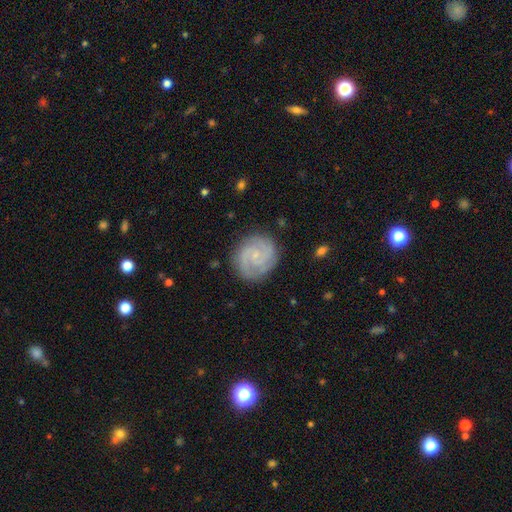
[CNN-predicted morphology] smooth-or-featured: featured or disk: 80% | smooth: 14% | star or artifact: 6%
  disk-edge-on: no: 98% | yes: 2%
    bar: no: 65% | weak: 30% | strong: 4%
    has-spiral-arms: yes: 96% | no: 4%
      spiral-winding: tight: 53% | medium: 38% | loose: 9%
      spiral-arm-count: 2: 55% | 3: 19% | can't tell: 14% | 4: 4% | 1: 4% | more than 4: 4%
    bulge-size: small: 77% | moderate: 11% | none: 10% | large: 1% | dominant: 1%
  merging: none: 83% | minor disturbance: 12% | major disturbance: 4% | merger: 1%